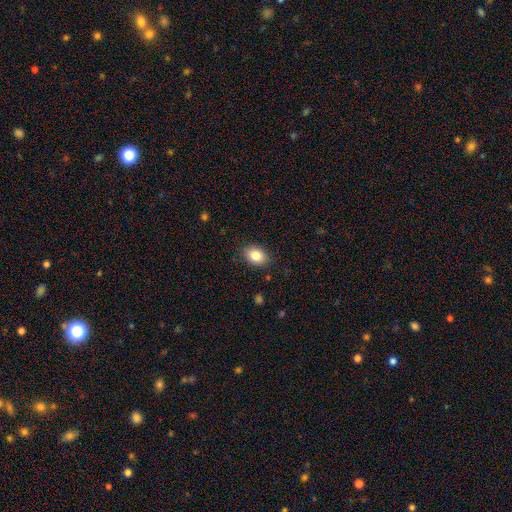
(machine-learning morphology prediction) type=smooth (84%); roundness=in between (73%); merging=none (87%).